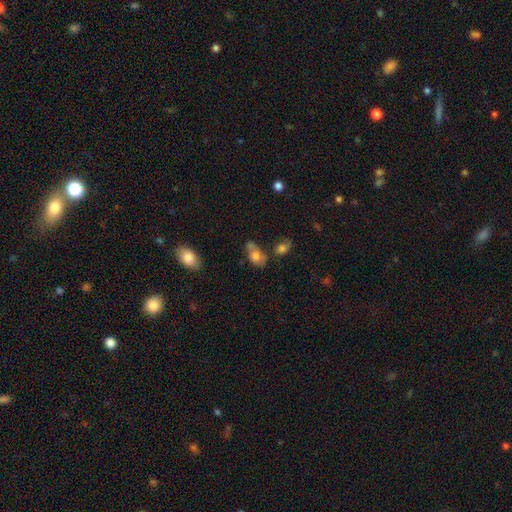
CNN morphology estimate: A smooth galaxy with no disk features (65%) that is in between round and cigar-shaped (88%).

Vote fractions:
- Smooth or featured? smooth: 65% / featured or disk: 26% / star or artifact: 8%
- How rounded? in between: 88% / round: 9% / cigar-shaped: 3%
- Merging? none: 43% / minor disturbance: 28% / merger: 17% / major disturbance: 12%